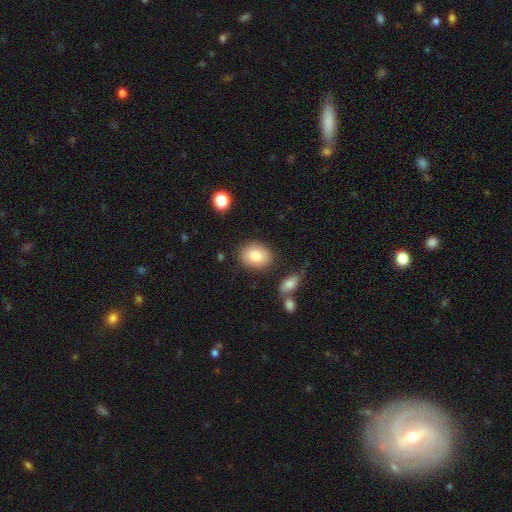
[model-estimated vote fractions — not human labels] Smooth or featured?
  - smooth: 84% *
  - featured or disk: 9%
  - star or artifact: 8%
How rounded?
  - in between: 58% *
  - round: 41%
  - cigar-shaped: 1%
Merging?
  - none: 82% *
  - minor disturbance: 11%
  - merger: 3%
  - major disturbance: 3%